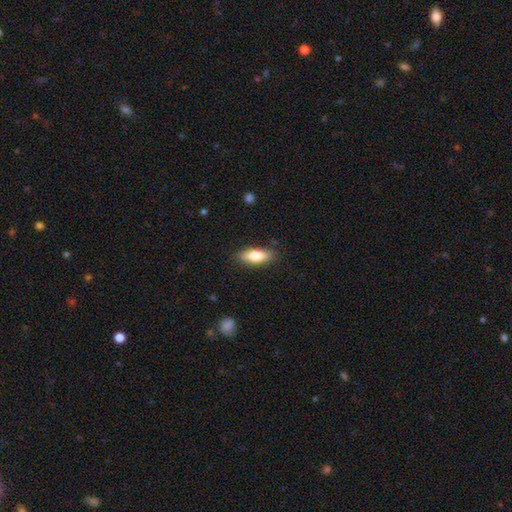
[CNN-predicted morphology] The model was most divided on "how rounded": in between: 71%, cigar-shaped: 26%, round: 3%. More confident: merging — none (84%); smooth or featured — smooth (76%).